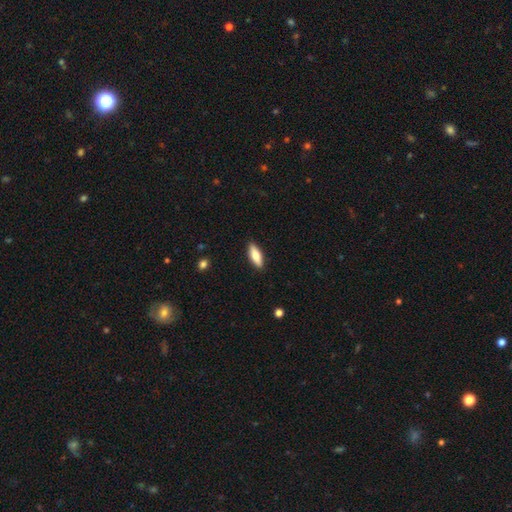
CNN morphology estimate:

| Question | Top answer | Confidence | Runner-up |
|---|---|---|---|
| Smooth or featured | smooth | 73% | featured or disk (21%) |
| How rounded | in between | 61% | cigar-shaped (37%) |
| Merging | none | 89% | minor disturbance (8%) |